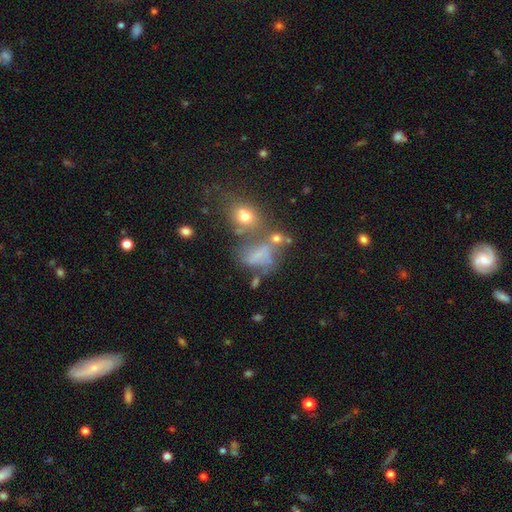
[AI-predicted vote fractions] A smooth galaxy with no disk features (54%) that is in between round and cigar-shaped (67%). Merging: merger (33%).